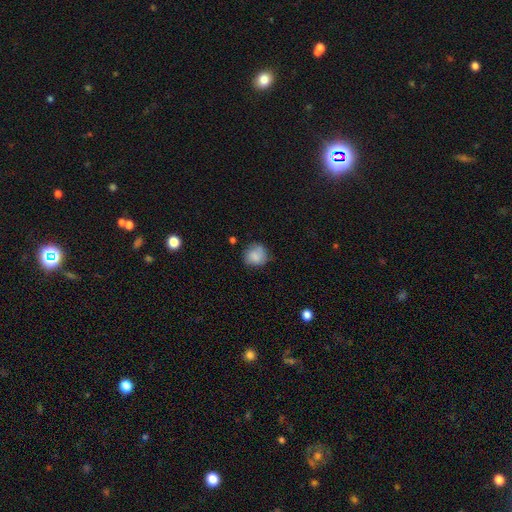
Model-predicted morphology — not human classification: smooth 81%, featured or disk 11%, star or artifact 8%. Down the decision tree: how rounded — round (82%); merging — none (66%).